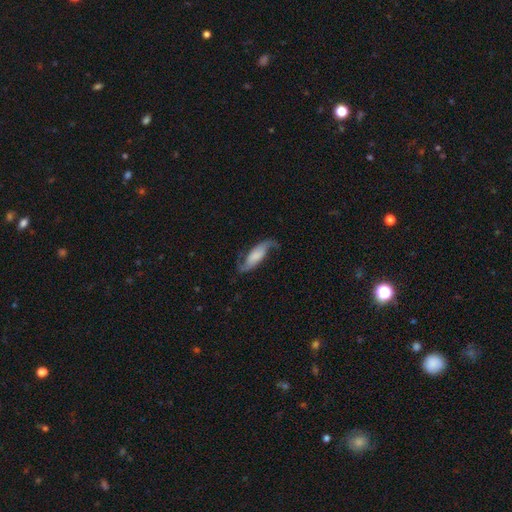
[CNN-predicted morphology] Overall: featured or disk (79%). Edge-on disk: no (92%). Bar: no (48%; weak 33%). Spiral arms: yes (96%). Spiral arm count: 2 (92%). Spiral winding: loose (69%). Bulge size: none (35%; small 23%). Merging: none (72%).